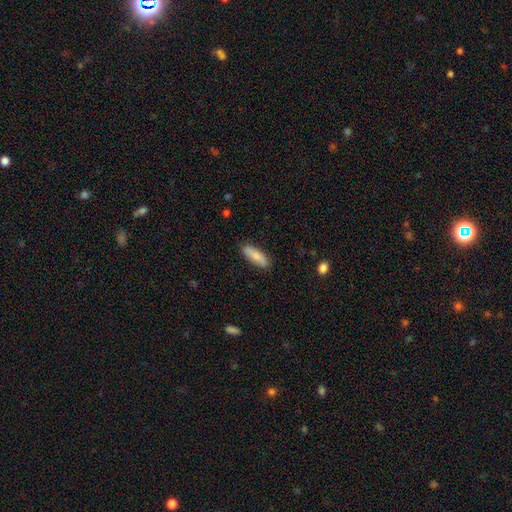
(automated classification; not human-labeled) This is clearly a smooth galaxy (81%). How rounded: possibly in between (52%). Merging: clearly none (87%).